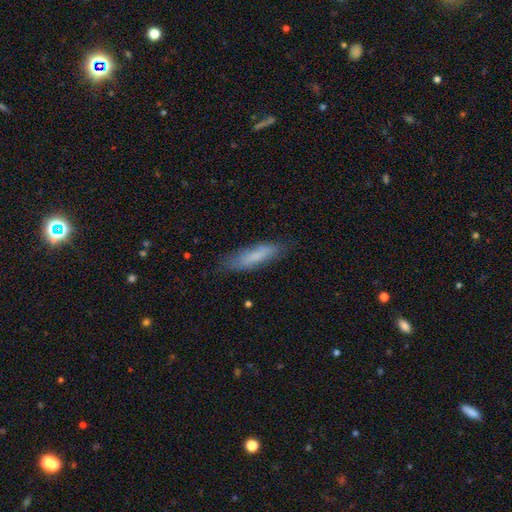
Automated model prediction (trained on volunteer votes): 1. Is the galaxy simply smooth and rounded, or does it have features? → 76% smooth, 17% featured or disk, 7% star or artifact.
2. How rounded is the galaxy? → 73% cigar-shaped, 26% in between, 1% round.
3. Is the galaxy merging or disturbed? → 78% none, 16% minor disturbance, 4% major disturbance, 1% merger.